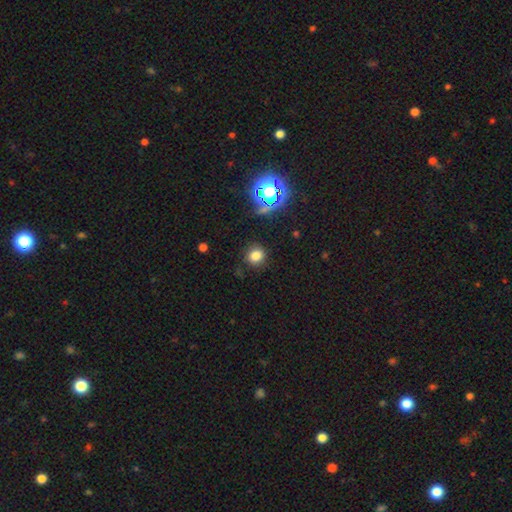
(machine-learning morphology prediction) Smooth or featured?
  - smooth: 76% *
  - star or artifact: 18%
  - featured or disk: 6%
How rounded?
  - round: 86% *
  - in between: 13%
  - cigar-shaped: 1%
Merging?
  - none: 86% *
  - minor disturbance: 9%
  - major disturbance: 3%
  - merger: 2%